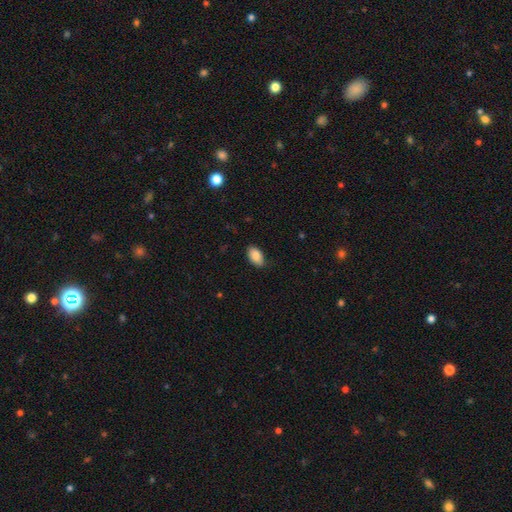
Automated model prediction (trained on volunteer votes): A smooth galaxy with no disk features (87%) that is in between round and cigar-shaped (94%).

Vote fractions:
- Smooth or featured? smooth: 87% / star or artifact: 7% / featured or disk: 6%
- How rounded? in between: 94% / round: 4% / cigar-shaped: 2%
- Merging? none: 81% / minor disturbance: 15% / major disturbance: 3% / merger: 1%